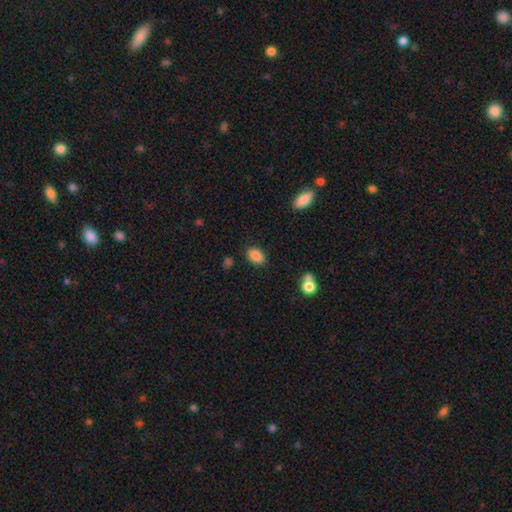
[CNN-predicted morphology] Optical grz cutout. It shows a smooth galaxy with no disk features (86%) that is in between round and cigar-shaped (84%). Merging: none (83%).